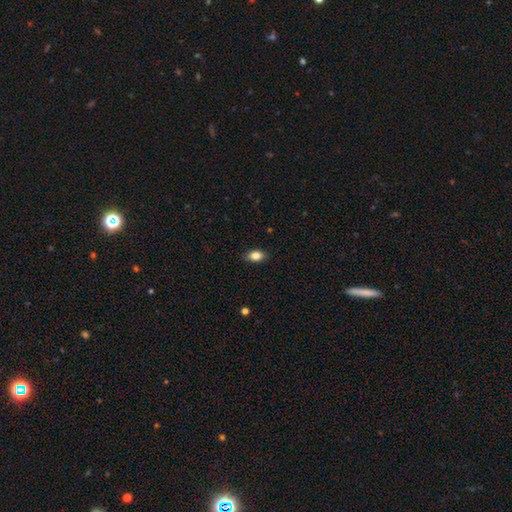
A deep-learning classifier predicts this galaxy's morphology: smooth 84%, star or artifact 8%, featured or disk 8%. Down the decision tree: how rounded — in between (87%); merging — none (87%).